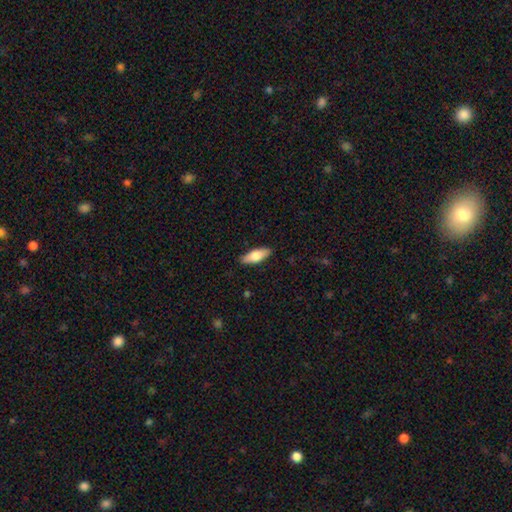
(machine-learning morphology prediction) Overall: smooth (73%). How rounded: in between (66%; cigar-shaped 32%). Merging: none (89%).